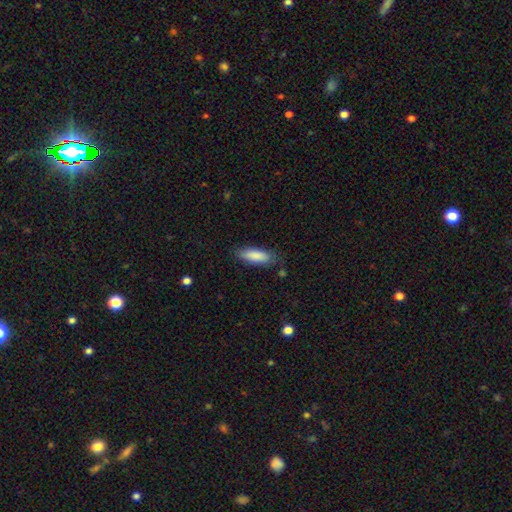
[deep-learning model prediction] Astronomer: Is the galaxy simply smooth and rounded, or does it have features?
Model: smooth — 86%.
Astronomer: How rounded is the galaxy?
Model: in between — 59% (runner-up: cigar-shaped, 39%).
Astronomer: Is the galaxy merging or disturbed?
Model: none — 80%.